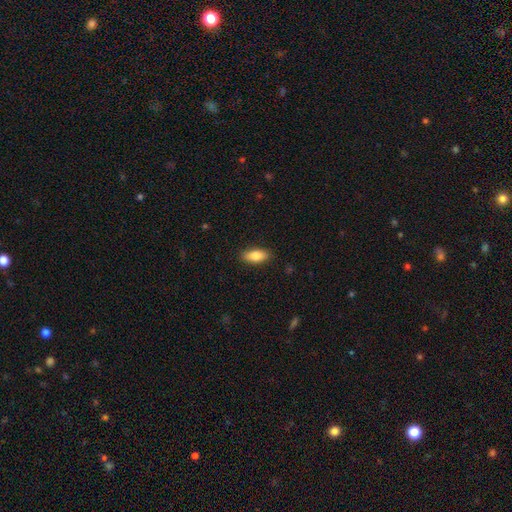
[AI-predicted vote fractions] Smooth or featured?
  - smooth: 81% *
  - featured or disk: 12%
  - star or artifact: 6%
How rounded?
  - in between: 80% *
  - cigar-shaped: 17%
  - round: 3%
Merging?
  - none: 89% *
  - minor disturbance: 8%
  - major disturbance: 2%
  - merger: 1%